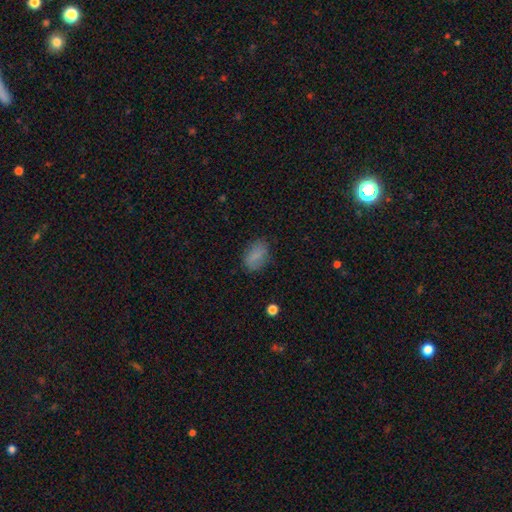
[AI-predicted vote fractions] smooth-or-featured: smooth: 82% | star or artifact: 9% | featured or disk: 9%
  how-rounded: in between: 87% | round: 11% | cigar-shaped: 2%
  merging: none: 79% | minor disturbance: 16% | major disturbance: 4% | merger: 1%